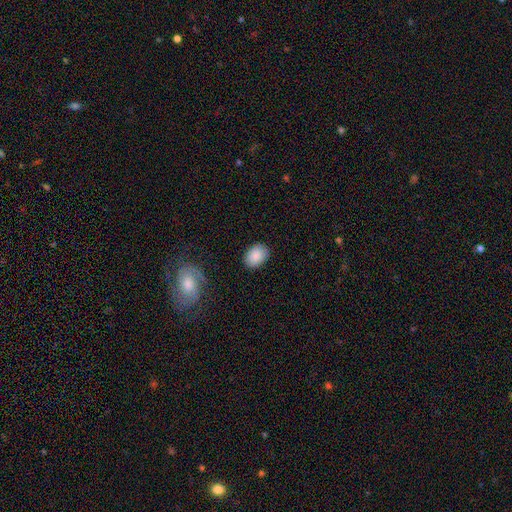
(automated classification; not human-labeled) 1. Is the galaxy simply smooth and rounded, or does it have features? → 87% smooth, 7% star or artifact, 5% featured or disk.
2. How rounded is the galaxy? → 77% in between, 22% round, 1% cigar-shaped.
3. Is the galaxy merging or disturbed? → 85% none, 11% minor disturbance, 2% major disturbance, 1% merger.